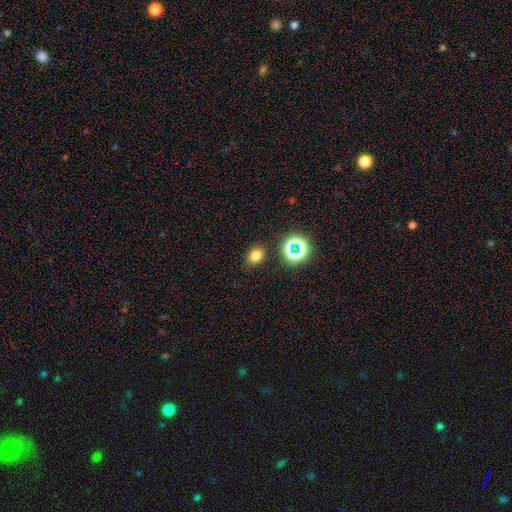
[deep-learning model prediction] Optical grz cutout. It shows a smooth galaxy with no disk features (75%) that is in between round and cigar-shaped (51%). Merging: none (85%).